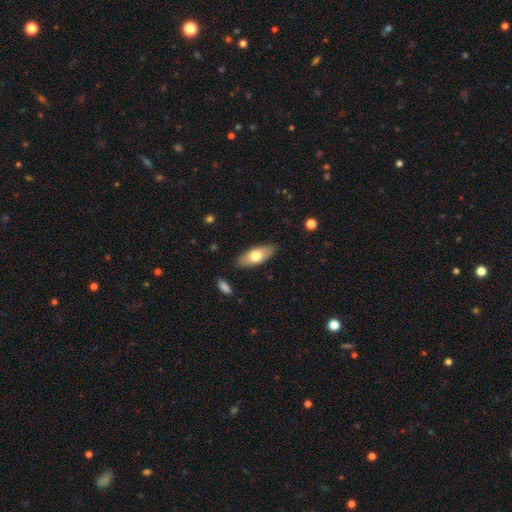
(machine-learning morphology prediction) smooth-or-featured: smooth: 68% | featured or disk: 26% | star or artifact: 6%
  how-rounded: in between: 78% | cigar-shaped: 19% | round: 3%
  merging: none: 86% | minor disturbance: 10% | major disturbance: 2% | merger: 2%